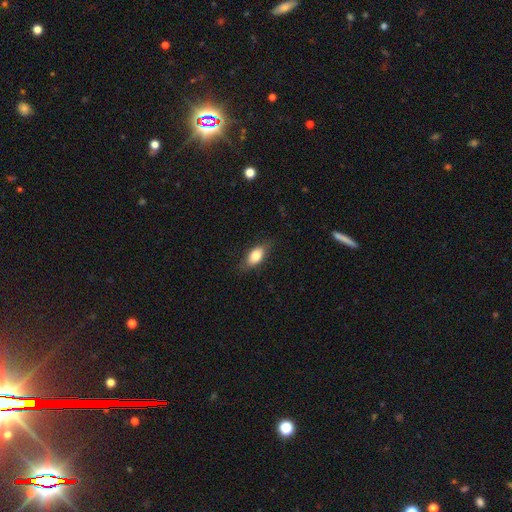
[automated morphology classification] A smooth galaxy with no disk features (78%) that is in between round and cigar-shaped (86%). Merging: none (78%).